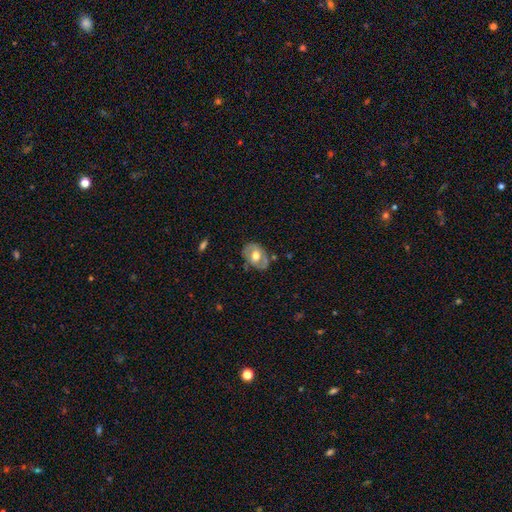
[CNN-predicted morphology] featured or disk 47%, smooth 46%, star or artifact 6%. Down the decision tree: merging — none (69%).